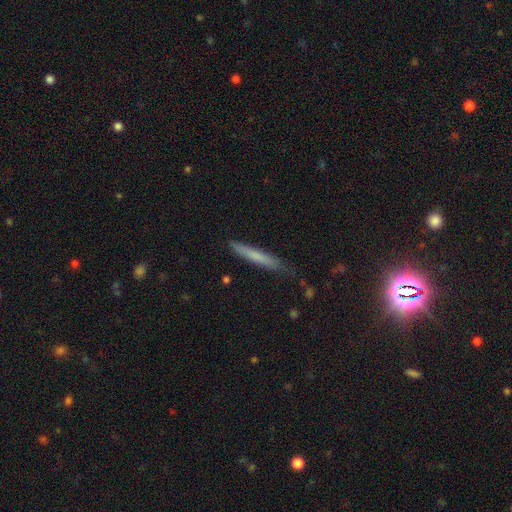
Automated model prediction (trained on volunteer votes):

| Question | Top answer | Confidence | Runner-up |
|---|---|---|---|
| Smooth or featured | smooth | 66% | featured or disk (27%) |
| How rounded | cigar-shaped | 95% | in between (4%) |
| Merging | none | 74% | minor disturbance (20%) |